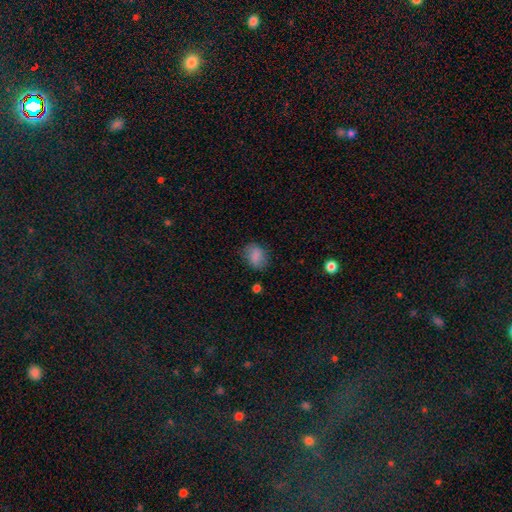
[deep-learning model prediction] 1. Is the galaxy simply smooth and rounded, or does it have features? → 84% smooth, 10% star or artifact, 7% featured or disk.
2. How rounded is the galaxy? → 63% in between, 36% round, 1% cigar-shaped.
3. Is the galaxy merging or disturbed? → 73% none, 19% minor disturbance, 6% major disturbance, 2% merger.